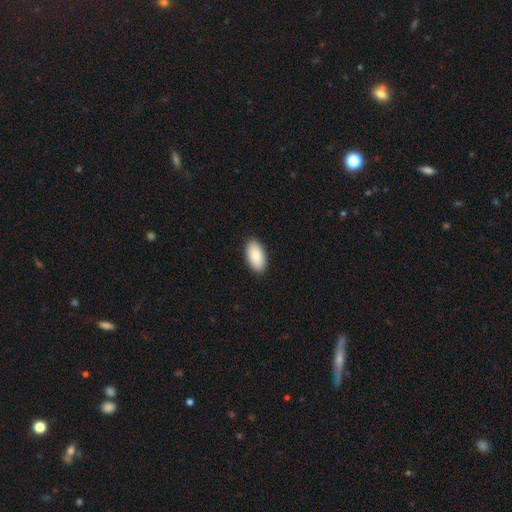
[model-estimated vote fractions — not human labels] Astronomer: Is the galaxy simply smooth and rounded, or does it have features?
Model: smooth — 90%.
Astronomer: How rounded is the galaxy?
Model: in between — 96%.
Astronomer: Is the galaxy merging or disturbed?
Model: none — 90%.